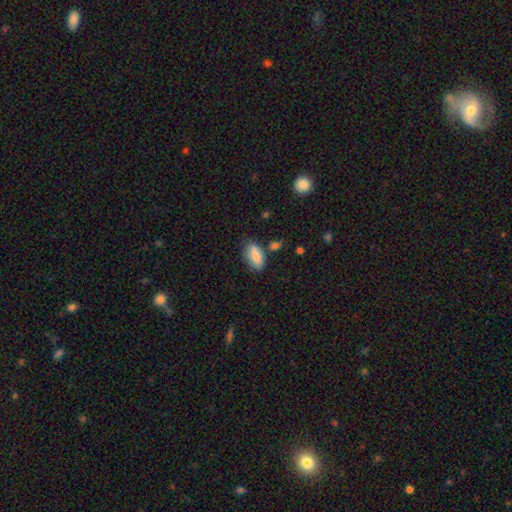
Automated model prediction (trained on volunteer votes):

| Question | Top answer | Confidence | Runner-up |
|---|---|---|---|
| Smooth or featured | smooth | 78% | featured or disk (15%) |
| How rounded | in between | 90% | cigar-shaped (7%) |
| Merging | none | 69% | minor disturbance (19%) |